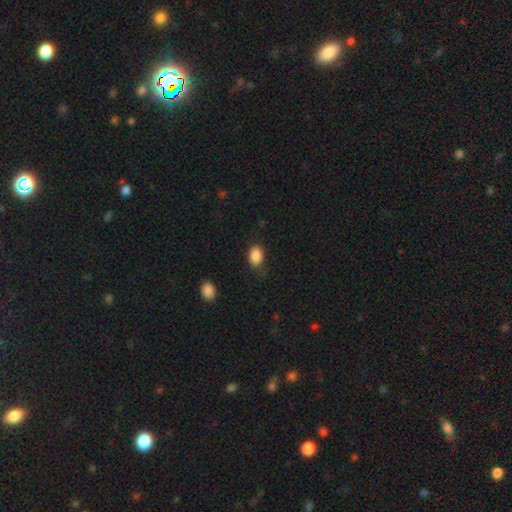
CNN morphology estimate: Q: Smooth or featured?
A: smooth (88%); runner-up: star or artifact (8%)
Q: How rounded?
A: in between (86%); runner-up: round (13%)
Q: Merging?
A: none (76%); runner-up: minor disturbance (17%)